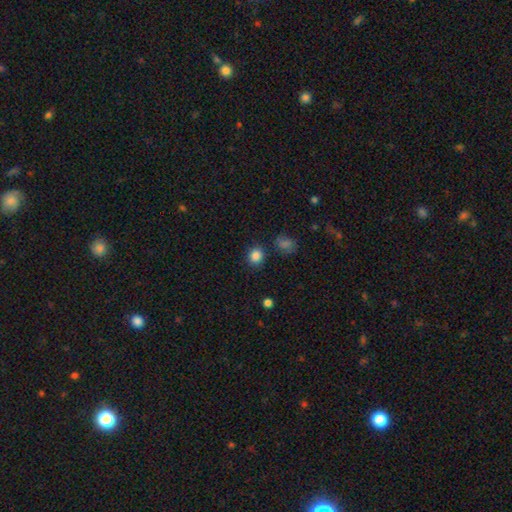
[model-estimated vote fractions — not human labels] This is clearly a smooth galaxy (85%). How rounded: clearly round (82%). Merging: clearly none (86%).